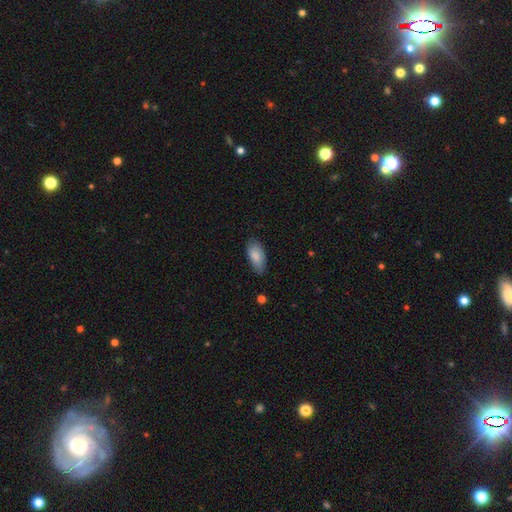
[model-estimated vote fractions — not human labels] smooth-or-featured: smooth: 85% | featured or disk: 9% | star or artifact: 6%
  how-rounded: in between: 89% | cigar-shaped: 9% | round: 2%
  merging: none: 74% | minor disturbance: 22% | major disturbance: 3% | merger: 1%